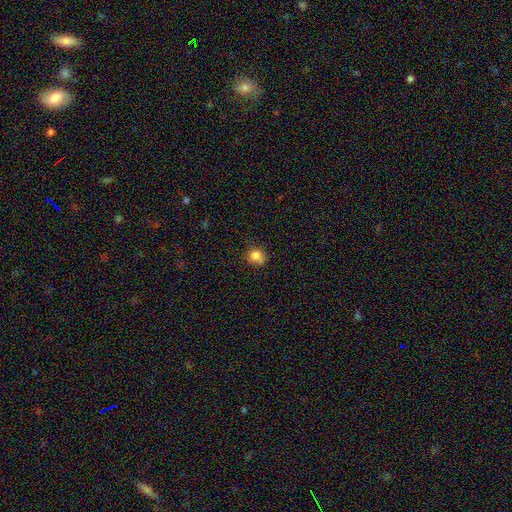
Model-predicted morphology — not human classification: A smooth galaxy with no disk features (83%) that is round (80%). Merging: none (69%).